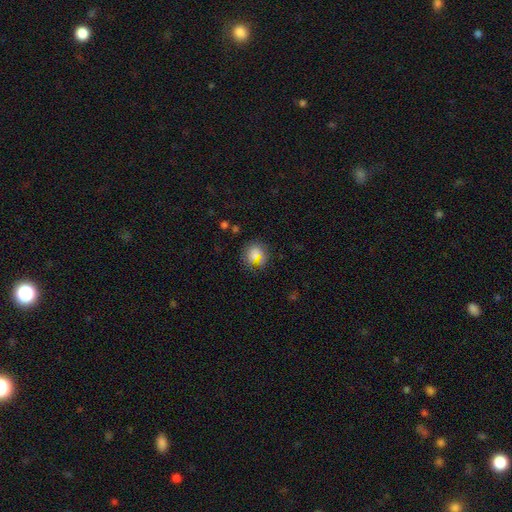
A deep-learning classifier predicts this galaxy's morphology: A smooth galaxy with no disk features (65%) that is round (83%). Merging: none (75%).